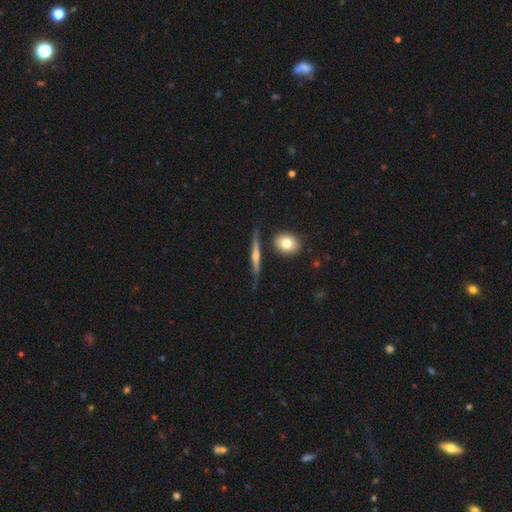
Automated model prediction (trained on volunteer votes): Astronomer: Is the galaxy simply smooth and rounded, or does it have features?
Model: featured or disk — 69%.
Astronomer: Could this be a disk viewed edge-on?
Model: yes — 93%.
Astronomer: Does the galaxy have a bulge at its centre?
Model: rounded — 79%.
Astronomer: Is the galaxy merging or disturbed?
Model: none — 78%.